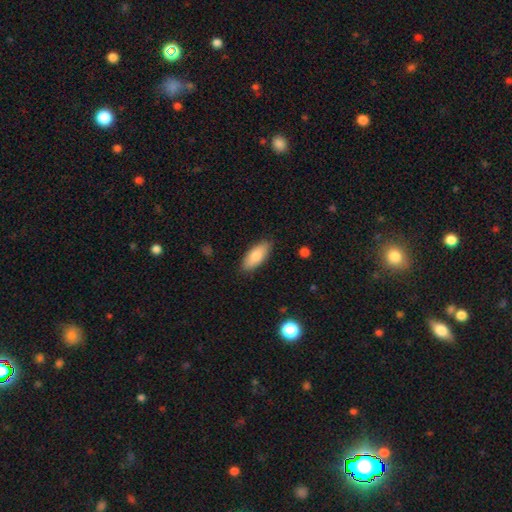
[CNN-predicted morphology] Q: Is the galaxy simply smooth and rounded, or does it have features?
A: smooth — 80%.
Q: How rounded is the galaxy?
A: in between — 84%.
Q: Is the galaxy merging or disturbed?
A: none — 86%.